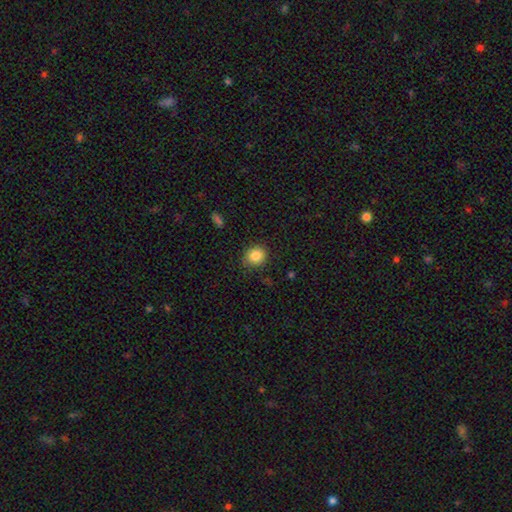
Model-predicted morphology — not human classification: Overall: smooth (85%). How rounded: round (78%). Merging: none (85%).